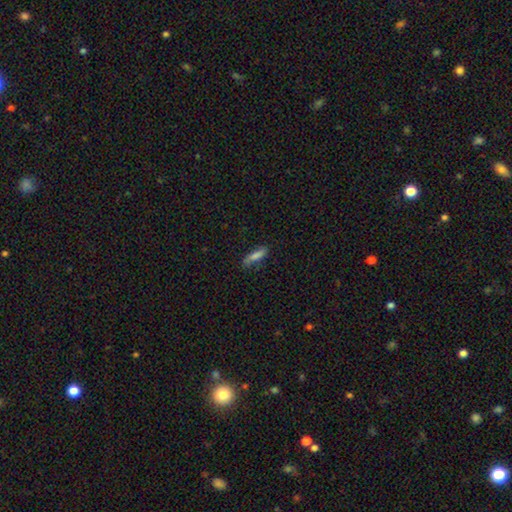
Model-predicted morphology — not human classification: smooth_or_featured: smooth (p=0.72) [alt: featured or disk p=0.20]
how_rounded: cigar-shaped (p=0.66) [alt: in between p=0.31]
merging: none (p=0.73) [alt: minor disturbance p=0.21]